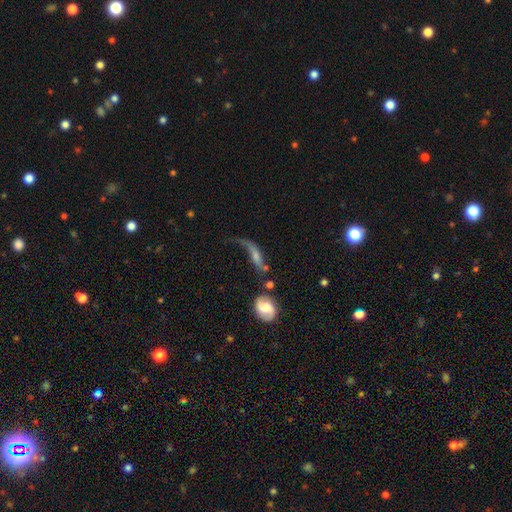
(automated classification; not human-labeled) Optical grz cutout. It shows a featured or disk galaxy (55%). Merging: major disturbance (38%).